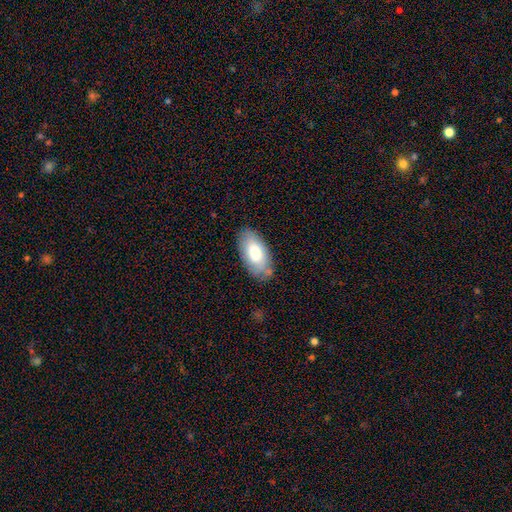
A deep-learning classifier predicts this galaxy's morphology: Smooth or featured? smooth (75%)
How rounded? in between (93%)
Merging? none (77%)